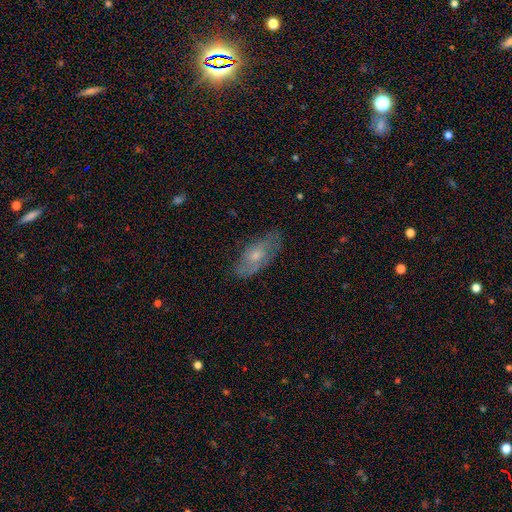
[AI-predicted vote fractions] smooth 47%, featured or disk 46%, star or artifact 7%. Down the decision tree: merging — none (70%).